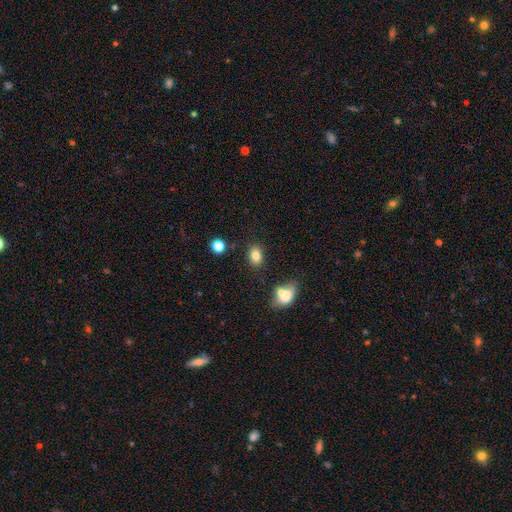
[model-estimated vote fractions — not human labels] A smooth galaxy with no disk features (82%) that is in between round and cigar-shaped (70%).

Vote fractions:
- Smooth or featured? smooth: 82% / star or artifact: 11% / featured or disk: 8%
- How rounded? in between: 70% / round: 29% / cigar-shaped: 1%
- Merging? none: 80% / minor disturbance: 11% / merger: 6% / major disturbance: 3%